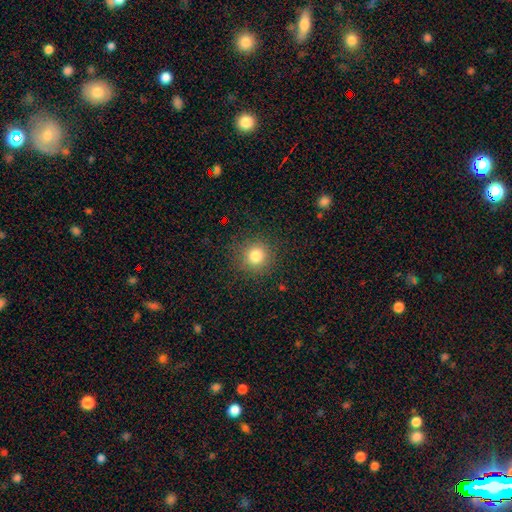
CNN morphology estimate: This appears to be a smooth galaxy with no disk features (81%) that is round (93%). Merging: none (88%).